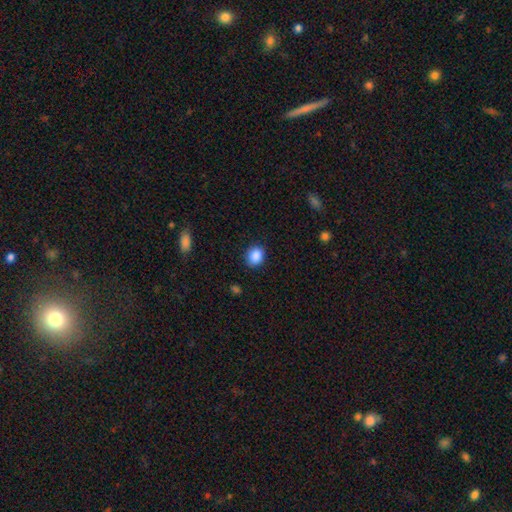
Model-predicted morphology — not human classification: The model was most divided on "how rounded": round: 61%, in between: 38%, cigar-shaped: 1%. More confident: smooth or featured — smooth (88%); merging — none (86%).